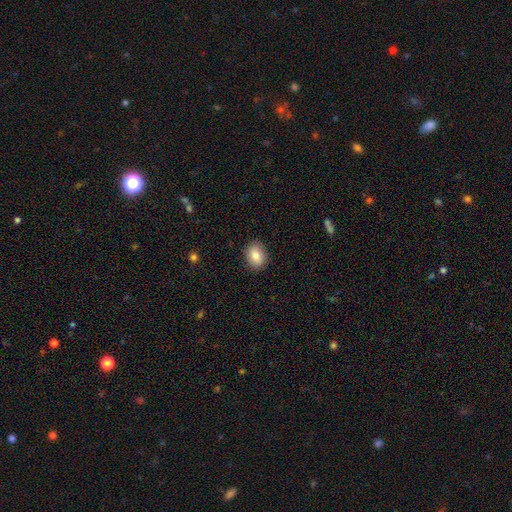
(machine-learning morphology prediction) Overall: smooth (82%). How rounded: in between (62%; round 37%). Merging: none (88%).